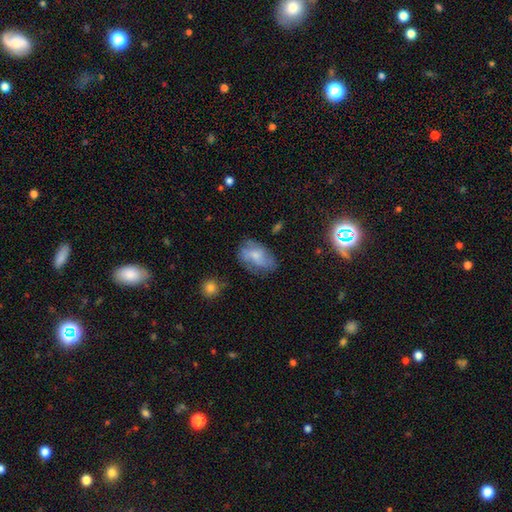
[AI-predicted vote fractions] Smooth or featured?
  - smooth: 50% *
  - featured or disk: 42%
  - star or artifact: 9%
Merging?
  - none: 54% *
  - minor disturbance: 28%
  - major disturbance: 15%
  - merger: 3%